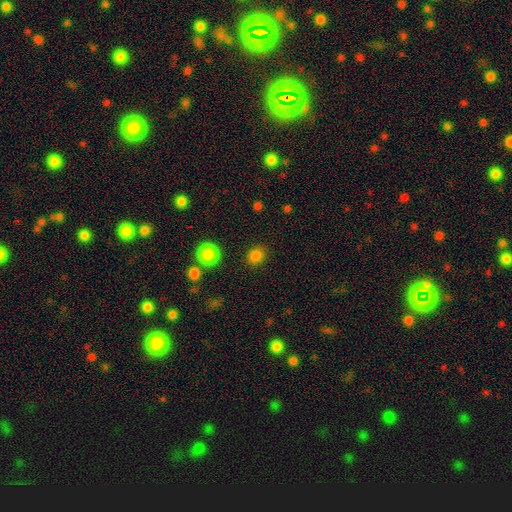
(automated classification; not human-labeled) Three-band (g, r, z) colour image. It shows a smooth galaxy with no disk features (84%) that is round (74%). Merging: none (88%).